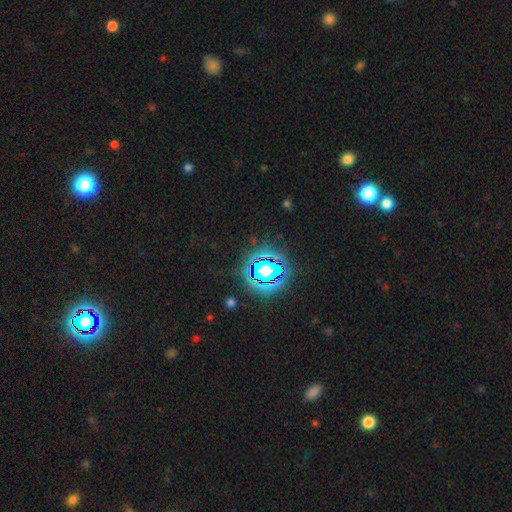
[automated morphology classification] Smooth or featured? star or artifact (80%)